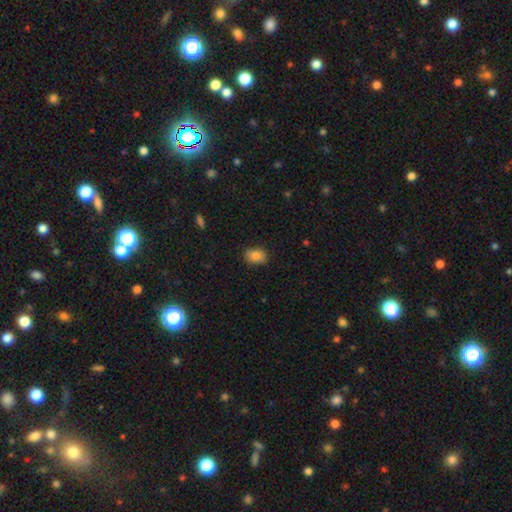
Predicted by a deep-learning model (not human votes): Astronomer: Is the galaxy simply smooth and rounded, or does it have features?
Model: smooth — 87%.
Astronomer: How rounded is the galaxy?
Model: in between — 81%.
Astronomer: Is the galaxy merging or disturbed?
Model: none — 81%.